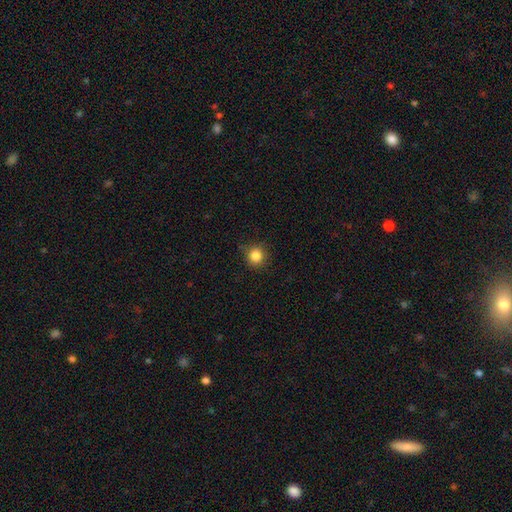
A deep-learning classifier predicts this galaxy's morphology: A smooth galaxy with no disk features (84%) that is round (91%).

Vote fractions:
- Smooth or featured? smooth: 84% / star or artifact: 11% / featured or disk: 4%
- How rounded? round: 91% / in between: 8% / cigar-shaped: 1%
- Merging? none: 84% / minor disturbance: 12% / major disturbance: 3% / merger: 1%